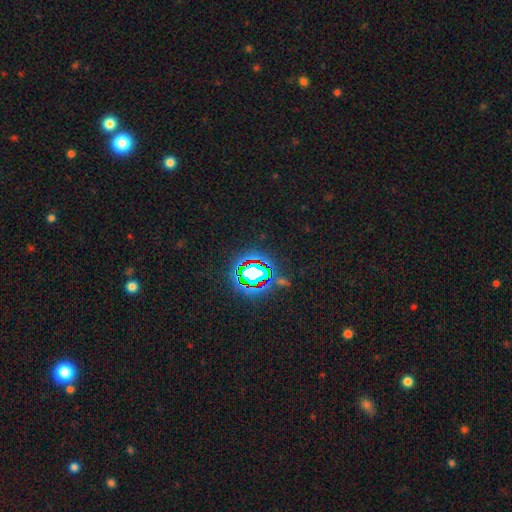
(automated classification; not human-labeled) A star or artifact, not a galaxy (82%).

Vote fractions:
- Smooth or featured? star or artifact: 82% / smooth: 11% / featured or disk: 7%